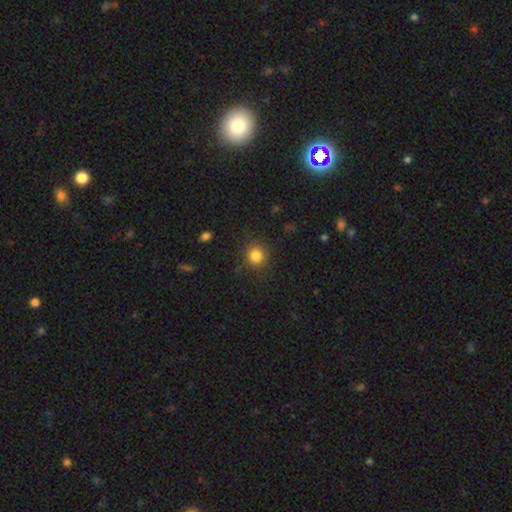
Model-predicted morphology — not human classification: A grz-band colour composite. It shows a smooth galaxy with no disk features (84%) that is round (92%). Merging: none (86%).